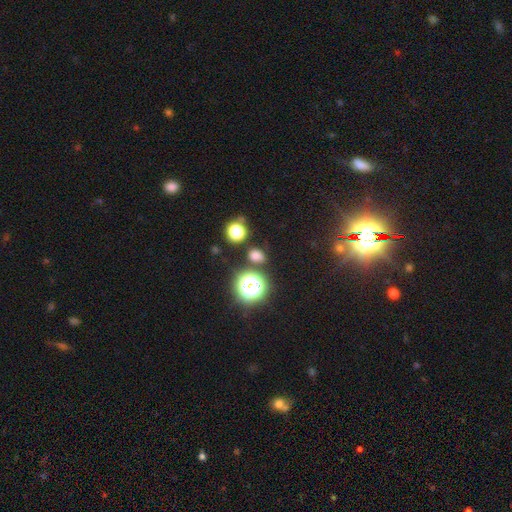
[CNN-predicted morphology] Smooth or featured? smooth (65%)
How rounded? round (61%)
Merging? none (80%)